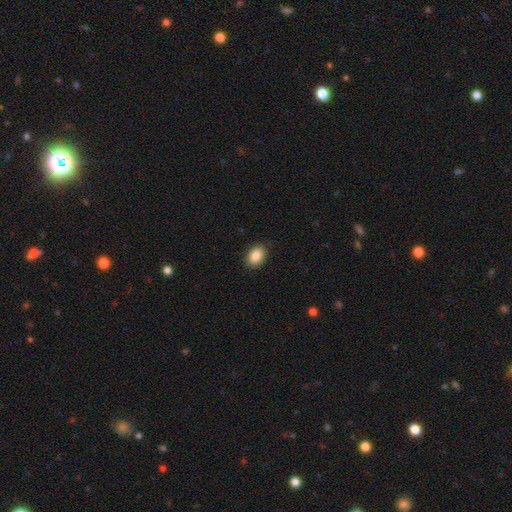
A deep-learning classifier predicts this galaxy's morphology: A smooth galaxy with no disk features (87%) that is in between round and cigar-shaped (79%).

Vote fractions:
- Smooth or featured? smooth: 87% / star or artifact: 8% / featured or disk: 5%
- How rounded? in between: 79% / round: 20% / cigar-shaped: 1%
- Merging? none: 88% / minor disturbance: 9% / major disturbance: 2% / merger: 1%